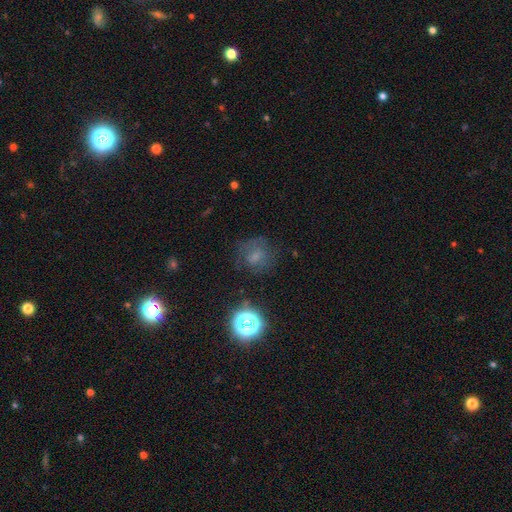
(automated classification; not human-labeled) Smooth or featured?
  - smooth: 52% *
  - star or artifact: 25%
  - featured or disk: 23%
How rounded?
  - round: 74% *
  - in between: 25%
  - cigar-shaped: 1%
Merging?
  - none: 64% *
  - minor disturbance: 20%
  - major disturbance: 14%
  - merger: 2%